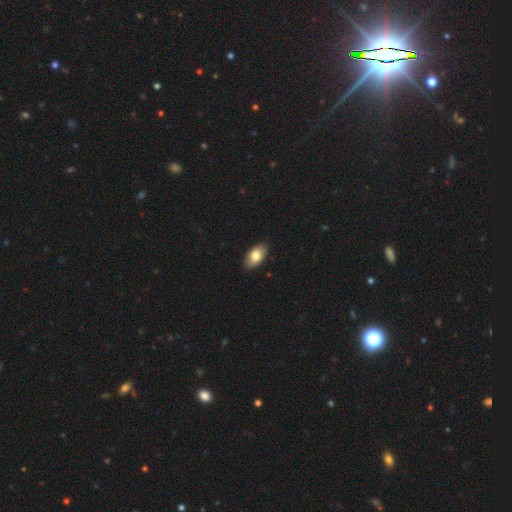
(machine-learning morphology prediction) Smooth or featured? Predicted: smooth (p=0.80). How rounded? Predicted: in between (p=0.94). Merging? Predicted: none (p=0.88).